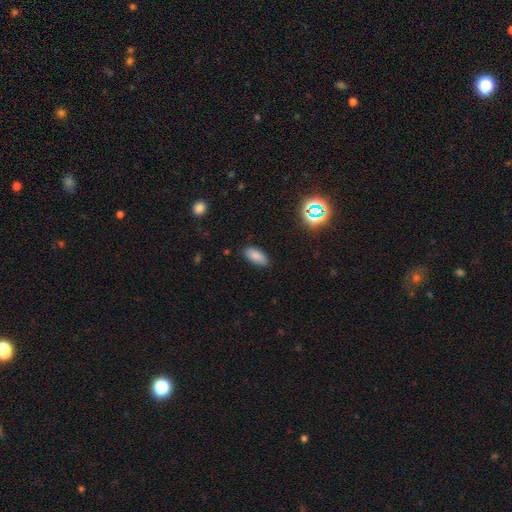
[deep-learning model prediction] The model was most divided on "merging": none: 83%, minor disturbance: 13%, major disturbance: 3%, merger: 1%. More confident: how rounded — in between (88%); smooth or featured — smooth (83%).